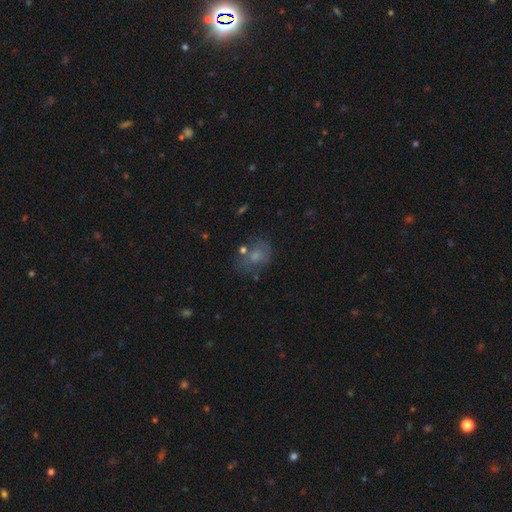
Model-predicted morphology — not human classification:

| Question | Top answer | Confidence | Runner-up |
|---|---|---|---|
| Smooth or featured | smooth | 60% | featured or disk (24%) |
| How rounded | round | 50% | in between (48%) |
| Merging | none | 53% | minor disturbance (22%) |